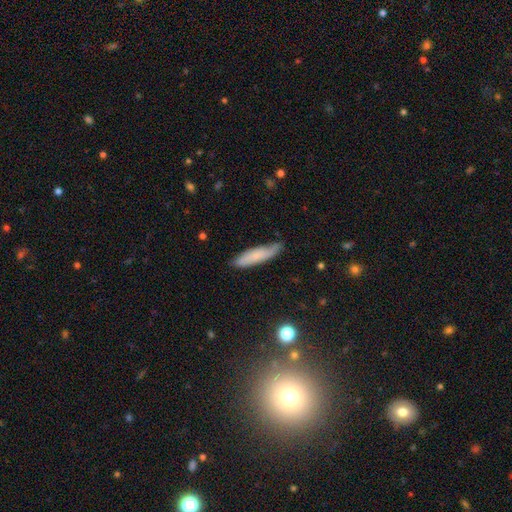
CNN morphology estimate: smooth-or-featured: smooth: 72% | featured or disk: 21% | star or artifact: 7%
  how-rounded: cigar-shaped: 75% | in between: 23% | round: 2%
  merging: none: 71% | minor disturbance: 23% | major disturbance: 4% | merger: 2%